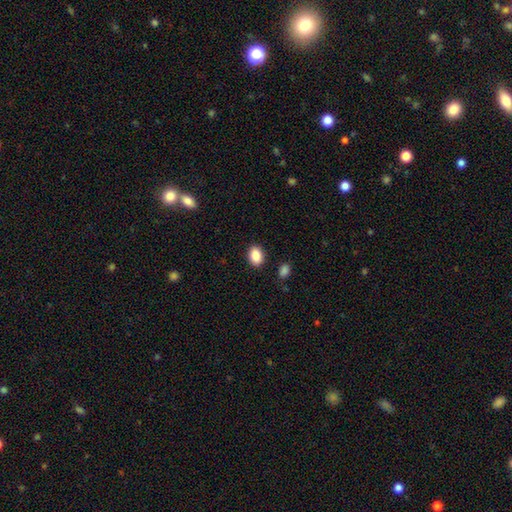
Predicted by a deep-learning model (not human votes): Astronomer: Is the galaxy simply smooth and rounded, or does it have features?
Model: smooth — 88%.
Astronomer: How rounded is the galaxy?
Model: in between — 76%.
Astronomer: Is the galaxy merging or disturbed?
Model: none — 88%.